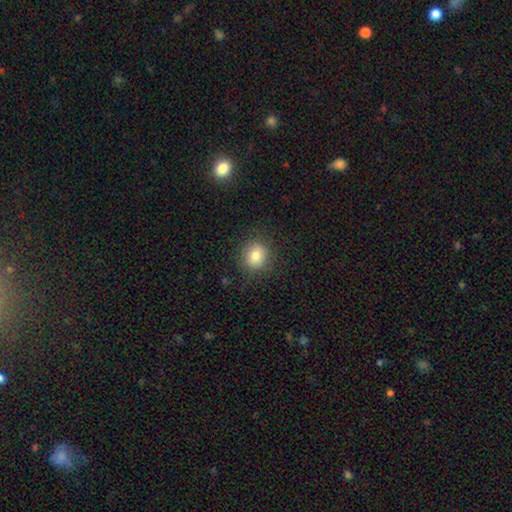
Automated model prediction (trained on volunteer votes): The model was most divided on "how rounded": round: 80%, in between: 19%, cigar-shaped: 1%. More confident: merging — none (87%); smooth or featured — smooth (82%).